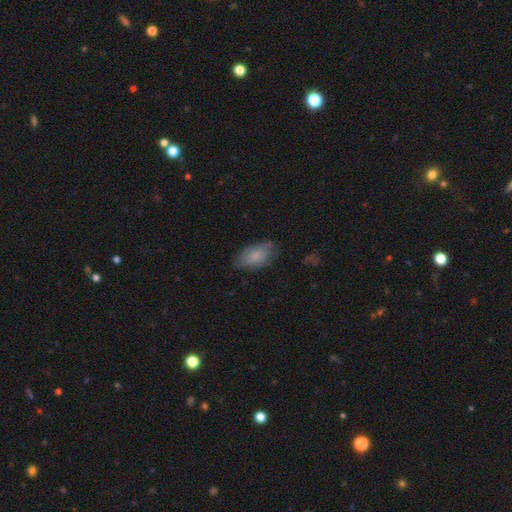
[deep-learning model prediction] smooth-or-featured: smooth: 73% | featured or disk: 20% | star or artifact: 7%
  how-rounded: in between: 93% | round: 4% | cigar-shaped: 4%
  merging: none: 64% | minor disturbance: 28% | major disturbance: 7% | merger: 2%